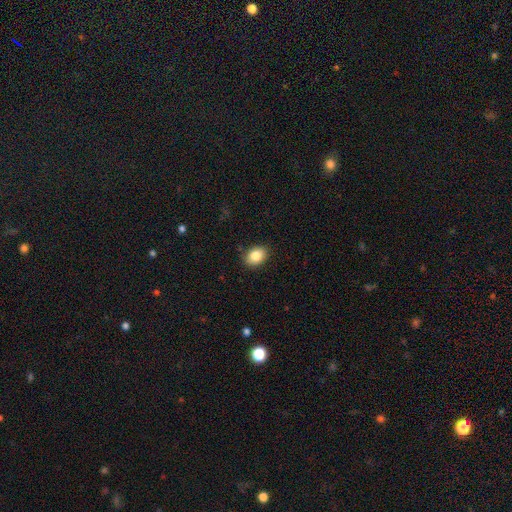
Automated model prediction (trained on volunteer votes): Smooth or featured? Predicted: smooth (p=0.84). How rounded? Predicted: in between (p=0.69). Merging? Predicted: none (p=0.87).